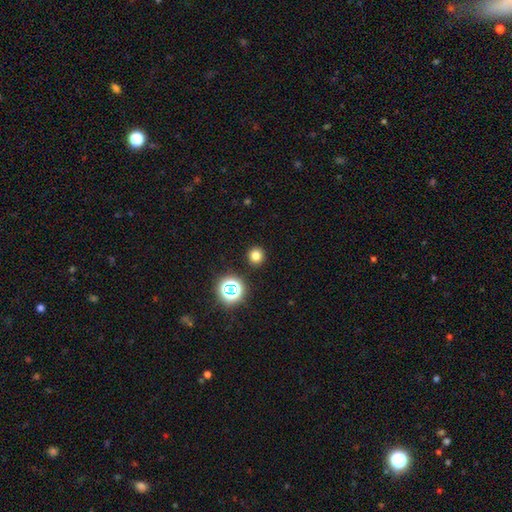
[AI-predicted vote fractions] smooth_or_featured: smooth (p=0.76) [alt: star or artifact p=0.18]
how_rounded: round (p=0.93) [alt: in between p=0.06]
merging: none (p=0.91) [alt: minor disturbance p=0.05]